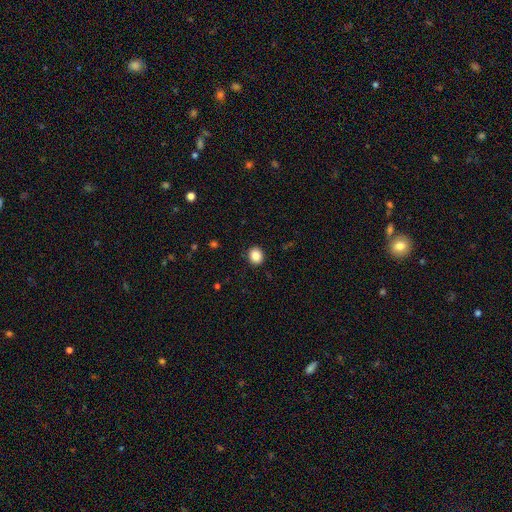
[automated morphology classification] smooth-or-featured: smooth: 86% | star or artifact: 10% | featured or disk: 4%
  how-rounded: round: 75% | in between: 25% | cigar-shaped: 1%
  merging: none: 91% | minor disturbance: 6% | major disturbance: 2% | merger: 1%